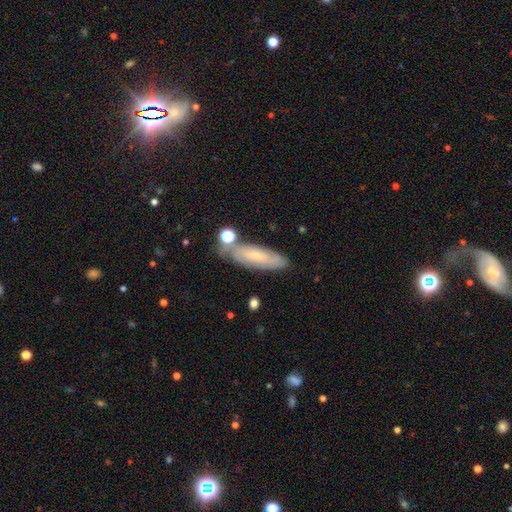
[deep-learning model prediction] A smooth galaxy with no disk features (52%) that is in between round and cigar-shaped (52%). Merging: none (67%).